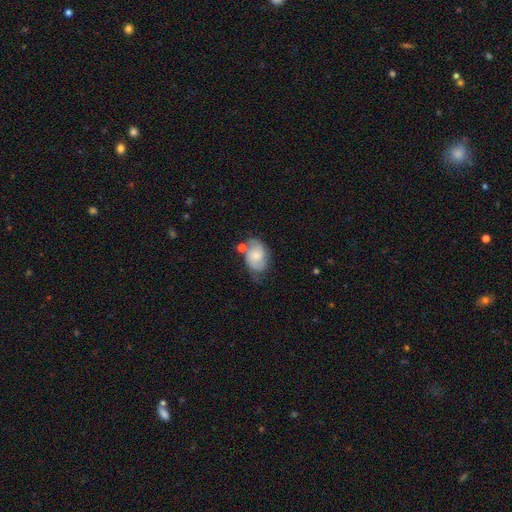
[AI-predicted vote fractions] smooth 51%, featured or disk 41%, star or artifact 8%. Down the decision tree: how rounded — in between (78%); merging — none (49%).